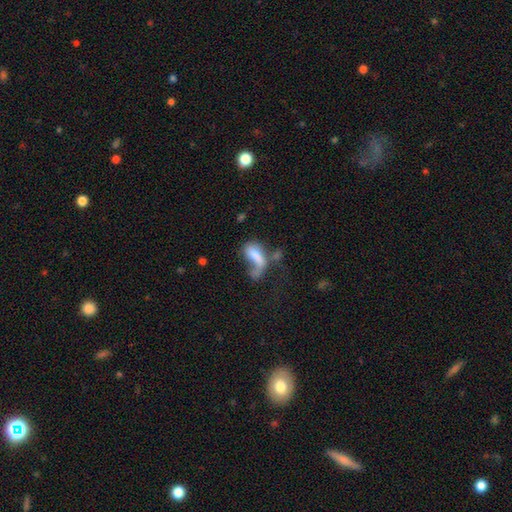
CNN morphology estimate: This is likely a smooth galaxy (62%). How rounded: clearly in between (82%). Merging: marginally major disturbance (43%).